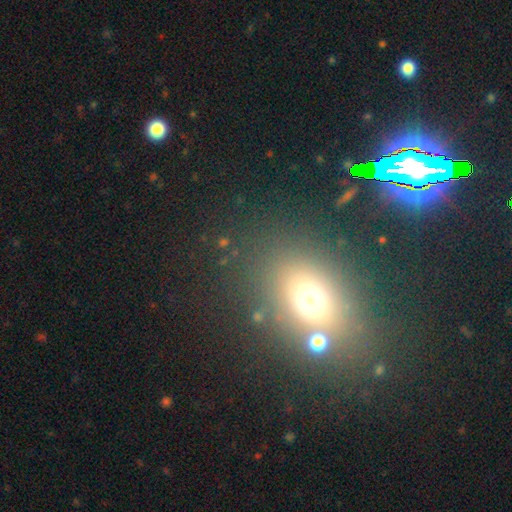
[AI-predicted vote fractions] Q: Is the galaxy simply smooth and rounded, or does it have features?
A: smooth — 50%.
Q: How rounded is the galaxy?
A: in between — 55%.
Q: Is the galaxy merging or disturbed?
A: none — 80%.